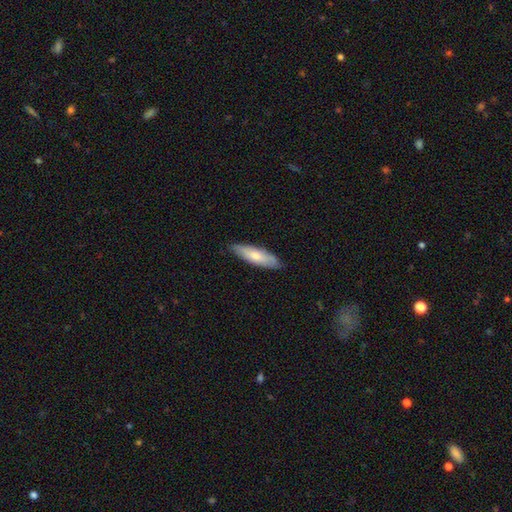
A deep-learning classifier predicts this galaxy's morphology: The model was most divided on "how rounded": cigar-shaped: 52%, in between: 47%, round: 2%. More confident: merging — none (81%); smooth or featured — smooth (67%).